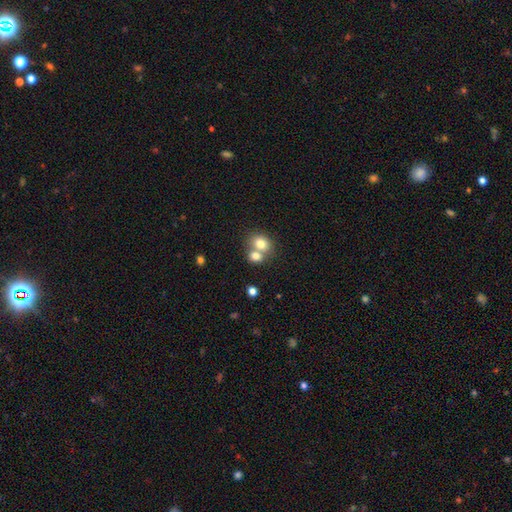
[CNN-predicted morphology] type=smooth (76%); roundness=round (57%); merging=merger (58%).